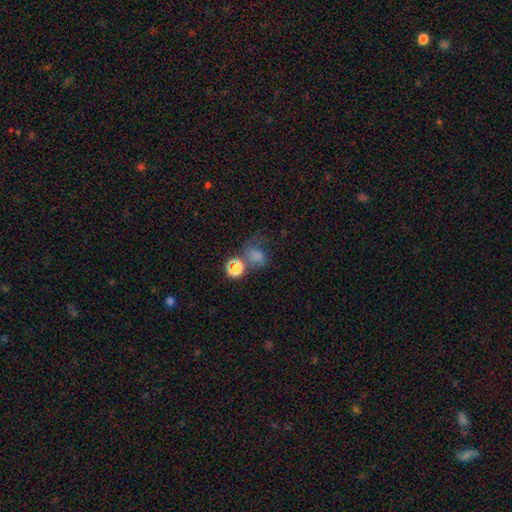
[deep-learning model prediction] smooth 69%, star or artifact 19%, featured or disk 12%. Down the decision tree: how rounded — round (54%); merging — none (41%).